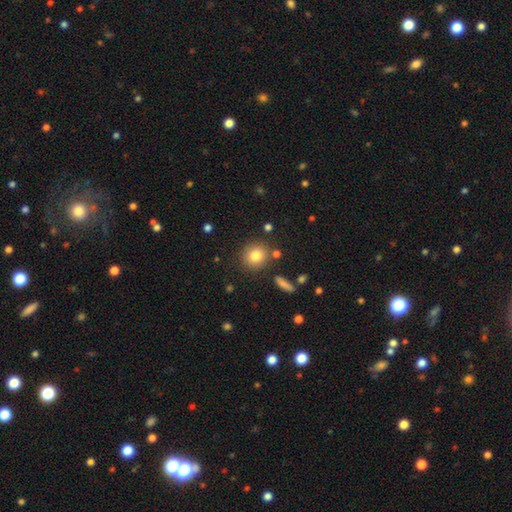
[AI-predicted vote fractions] Smooth or featured: smooth — 81% (star or artifact — 10%)
How rounded: round — 86% (in between — 12%)
Merging: none — 84% (minor disturbance — 8%)